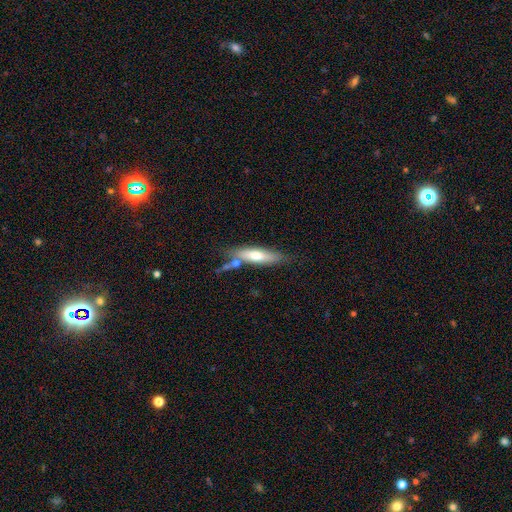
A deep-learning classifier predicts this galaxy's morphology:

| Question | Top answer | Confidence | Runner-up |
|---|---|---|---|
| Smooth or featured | smooth | 61% | featured or disk (33%) |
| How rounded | cigar-shaped | 68% | in between (30%) |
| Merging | none | 60% | minor disturbance (18%) |